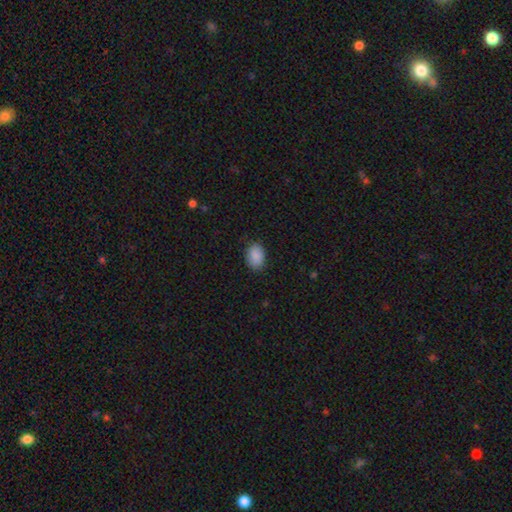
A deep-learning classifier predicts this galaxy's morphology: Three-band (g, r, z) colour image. It shows a smooth galaxy with no disk features (88%) that is in between round and cigar-shaped (80%). Merging: none (83%).